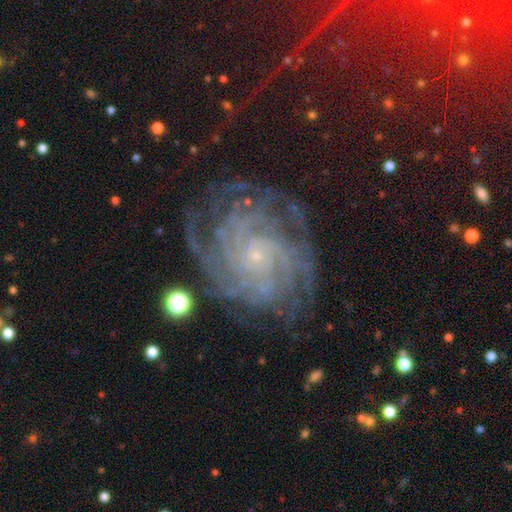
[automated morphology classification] A featured or disk galaxy (86%) with no bar (78%), tight (74%) spiral arms (97%) and a small central bulge (88%). Merging: none (74%).